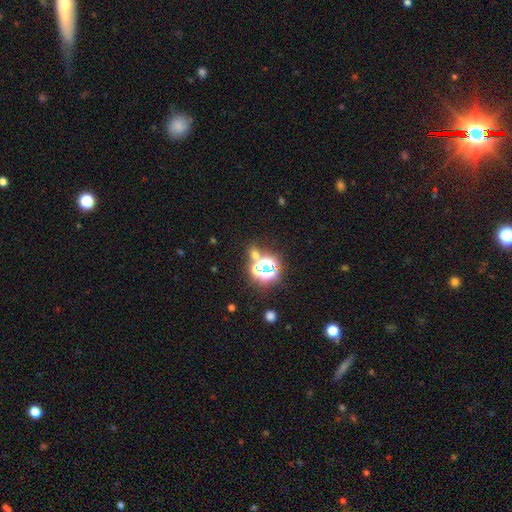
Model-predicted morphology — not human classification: smooth-or-featured: star or artifact: 58% | smooth: 32% | featured or disk: 10%